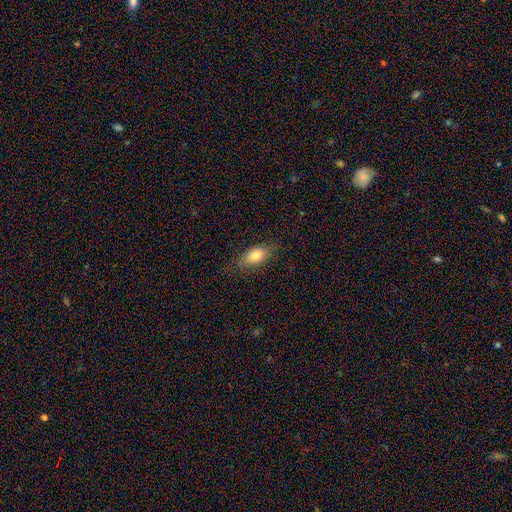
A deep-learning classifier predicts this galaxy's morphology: Q: Smooth or featured?
A: smooth (77%); runner-up: featured or disk (15%)
Q: How rounded?
A: in between (85%); runner-up: cigar-shaped (10%)
Q: Merging?
A: none (79%); runner-up: minor disturbance (15%)